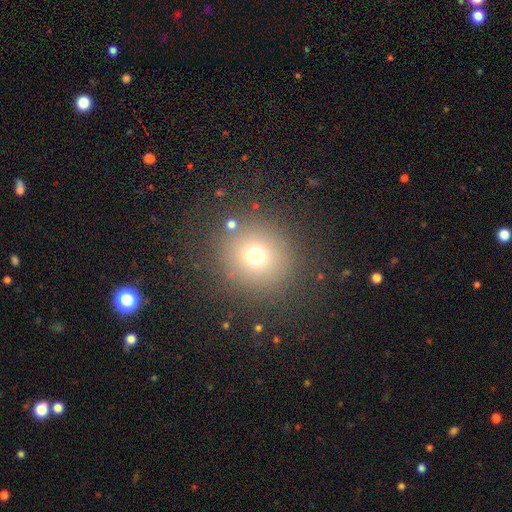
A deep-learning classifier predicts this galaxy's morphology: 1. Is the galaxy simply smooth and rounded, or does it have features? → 70% smooth, 20% star or artifact, 10% featured or disk.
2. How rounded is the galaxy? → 92% round, 7% in between, 1% cigar-shaped.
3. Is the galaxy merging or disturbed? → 84% none, 8% minor disturbance, 5% major disturbance, 3% merger.